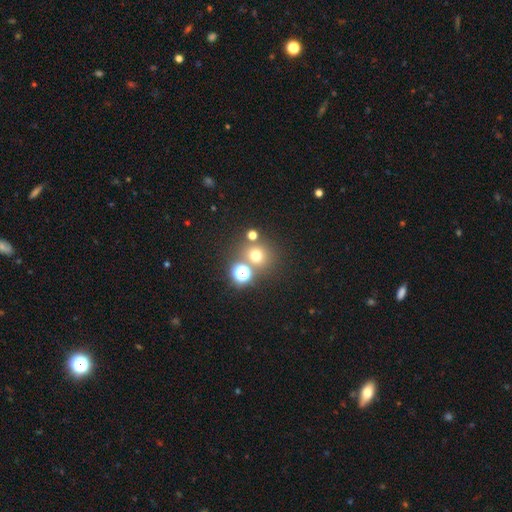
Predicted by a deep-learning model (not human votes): smooth_or_featured: smooth (p=0.64) [alt: star or artifact p=0.27]
how_rounded: round (p=0.86) [alt: in between p=0.13]
merging: none (p=0.70) [alt: merger p=0.18]